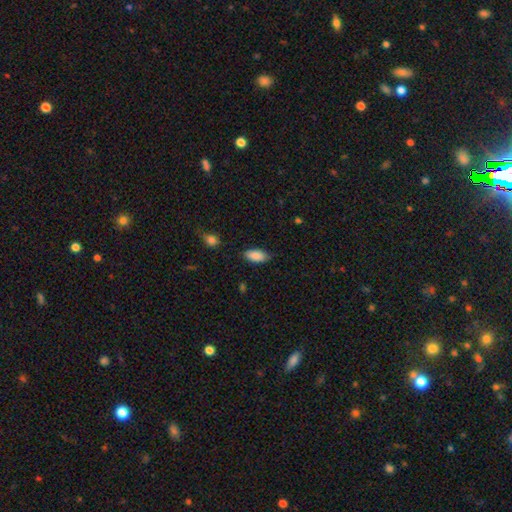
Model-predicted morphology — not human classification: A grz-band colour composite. It shows a smooth galaxy with no disk features (88%) that is in between round and cigar-shaped (91%). Merging: none (79%).